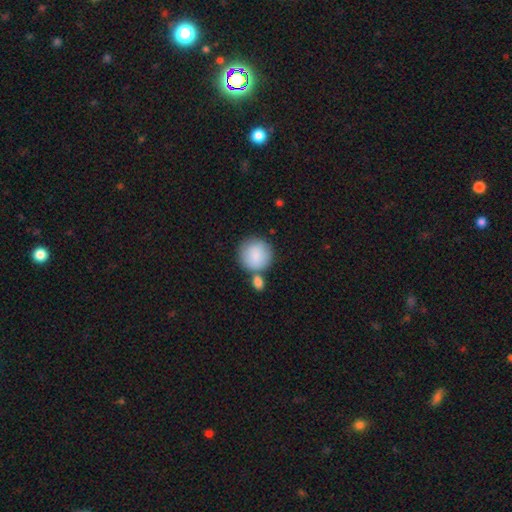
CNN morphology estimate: This is clearly a smooth galaxy (86%). How rounded: clearly round (91%). Merging: possibly none (56%).